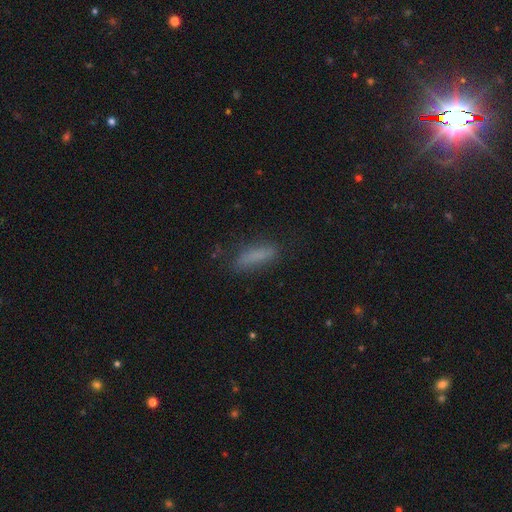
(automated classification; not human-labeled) A smooth galaxy with no disk features (77%) that is cigar-shaped (67%). Merging: none (73%).